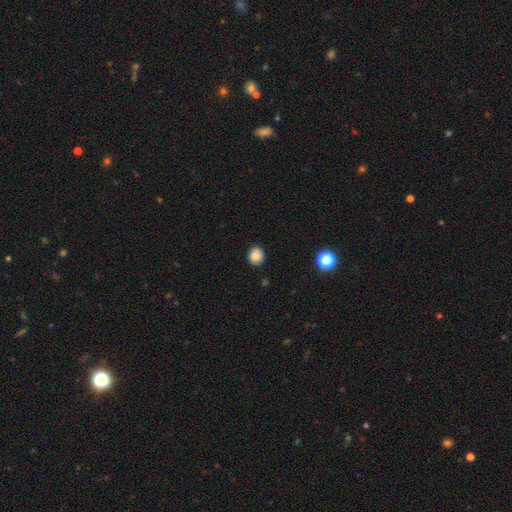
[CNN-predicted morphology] Smooth or featured? smooth (83%)
How rounded? round (74%)
Merging? none (89%)